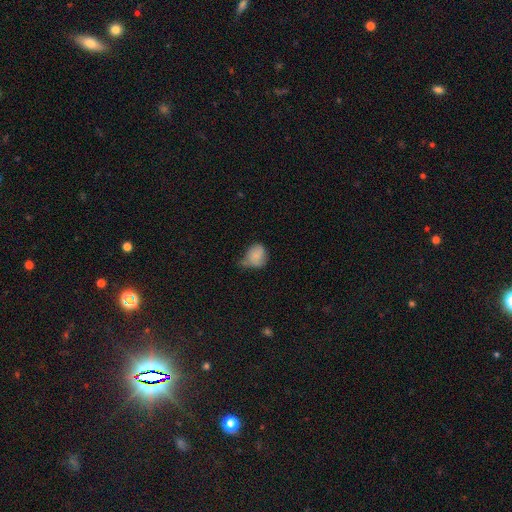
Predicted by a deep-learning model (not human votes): Smooth or featured: smooth — 78% (featured or disk — 12%)
How rounded: in between — 51% (round — 48%)
Merging: minor disturbance — 44% (none — 31%)